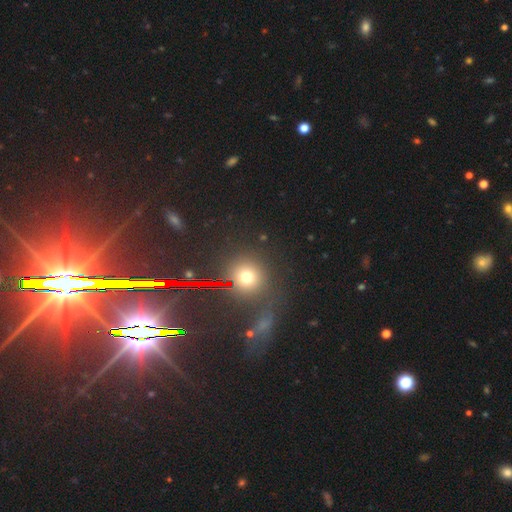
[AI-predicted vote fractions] smooth-or-featured: star or artifact: 57% | smooth: 29% | featured or disk: 14%